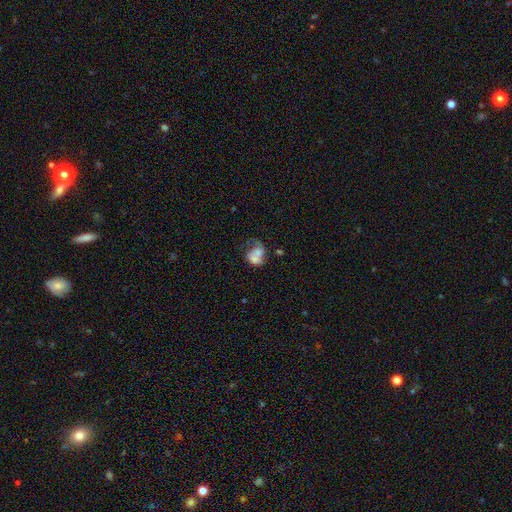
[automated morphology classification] smooth_or_featured: smooth (p=0.53) [alt: featured or disk p=0.37]
how_rounded: in between (p=0.56) [alt: round p=0.43]
merging: merger (p=0.55) [alt: none p=0.17]